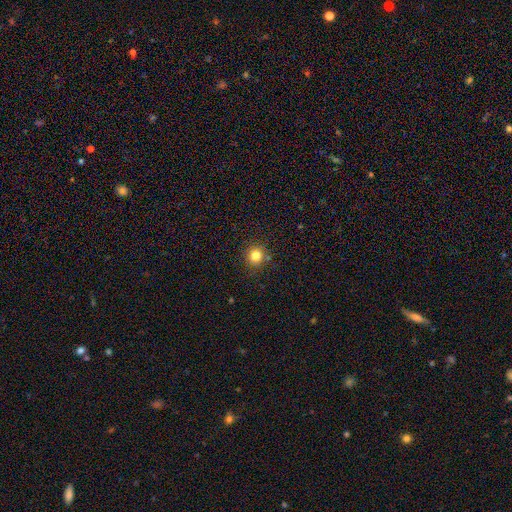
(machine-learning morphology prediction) This appears to be a smooth galaxy with no disk features (81%) that is round (92%). Merging: none (86%).